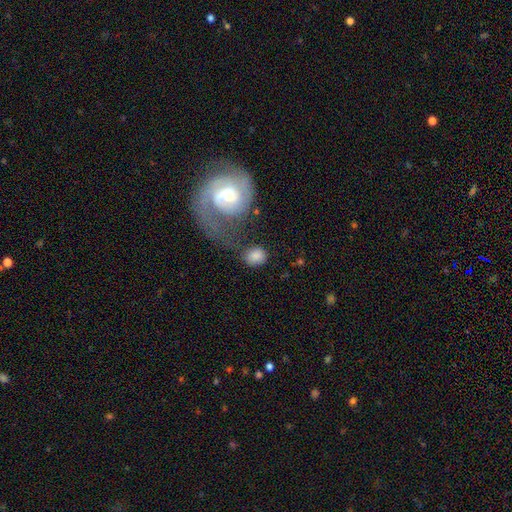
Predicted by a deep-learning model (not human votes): A smooth galaxy with no disk features (79%) that is round (65%). Merging: none (61%).